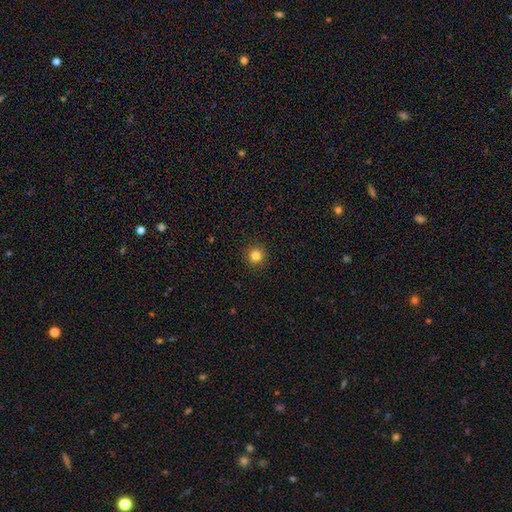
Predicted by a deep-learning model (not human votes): Smooth or featured? Predicted: smooth (p=0.82). How rounded? Predicted: round (p=0.96). Merging? Predicted: none (p=0.93).